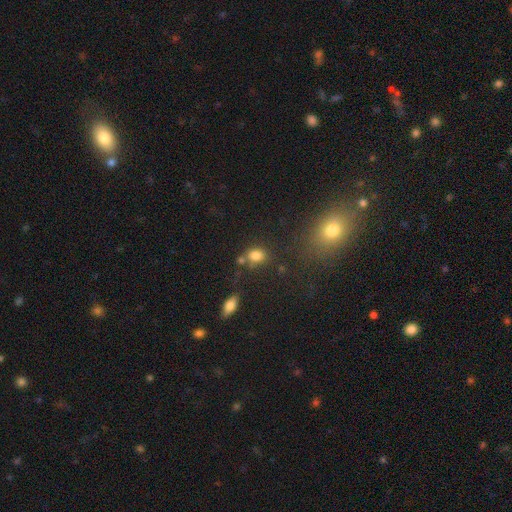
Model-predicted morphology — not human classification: The model was most divided on "how rounded": in between: 62%, round: 36%, cigar-shaped: 2%. More confident: smooth or featured — smooth (81%); merging — none (60%).